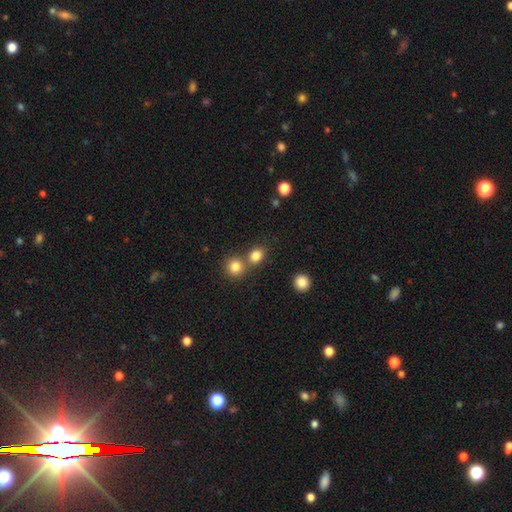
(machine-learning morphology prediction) The model was most divided on "merging": none: 59%, merger: 30%, minor disturbance: 8%, major disturbance: 3%. More confident: smooth or featured — smooth (82%); how rounded — round (65%).